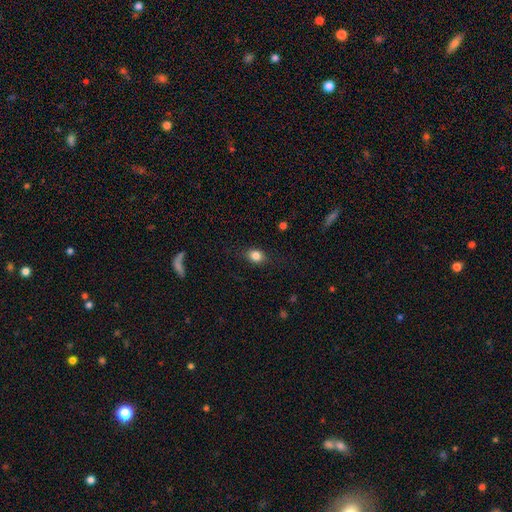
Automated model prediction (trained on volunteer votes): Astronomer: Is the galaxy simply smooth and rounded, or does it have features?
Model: smooth — 83%.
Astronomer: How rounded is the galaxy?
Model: in between — 59% (runner-up: round, 39%).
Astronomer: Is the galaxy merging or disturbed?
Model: none — 82%.